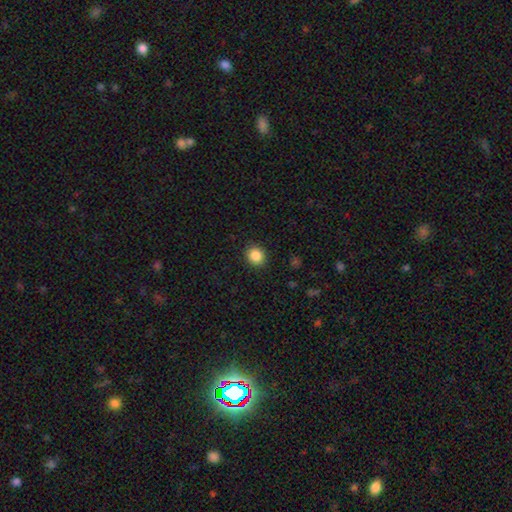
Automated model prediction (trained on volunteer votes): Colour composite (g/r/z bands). It shows a smooth galaxy with no disk features (86%) that is round (76%). Merging: none (90%).